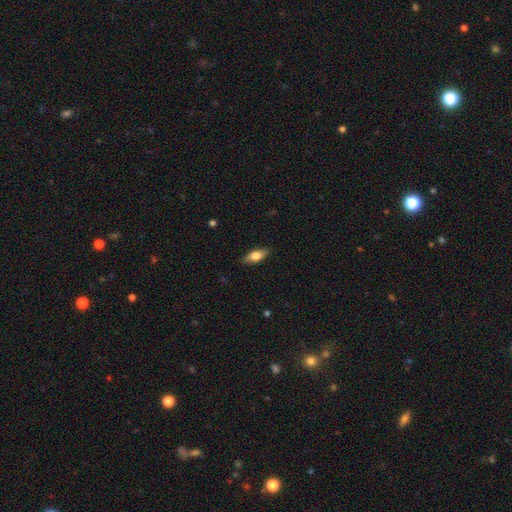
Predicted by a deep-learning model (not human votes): Smooth or featured: smooth — 68% (featured or disk — 25%)
How rounded: in between — 77% (cigar-shaped — 20%)
Merging: none — 86% (minor disturbance — 11%)